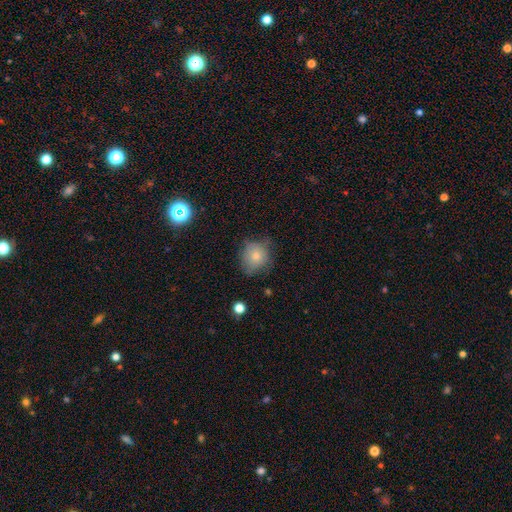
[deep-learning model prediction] smooth 76%, featured or disk 13%, star or artifact 10%. Down the decision tree: how rounded — round (76%); merging — none (58%).